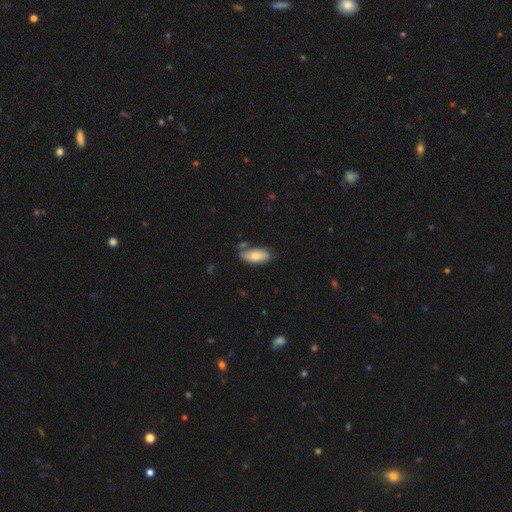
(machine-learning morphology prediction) A smooth galaxy with no disk features (77%) that is in between round and cigar-shaped (89%).

Vote fractions:
- Smooth or featured? smooth: 77% / featured or disk: 17% / star or artifact: 6%
- How rounded? in between: 89% / cigar-shaped: 8% / round: 2%
- Merging? none: 64% / minor disturbance: 22% / merger: 9% / major disturbance: 5%